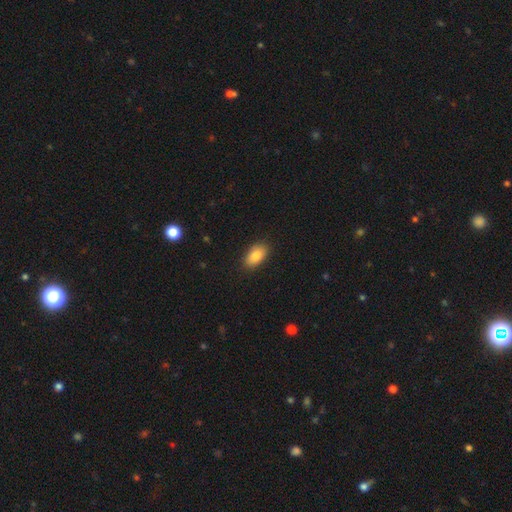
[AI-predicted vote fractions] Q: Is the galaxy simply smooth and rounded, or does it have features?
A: smooth — 86%.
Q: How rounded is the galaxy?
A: in between — 92%.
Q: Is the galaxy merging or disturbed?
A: none — 87%.